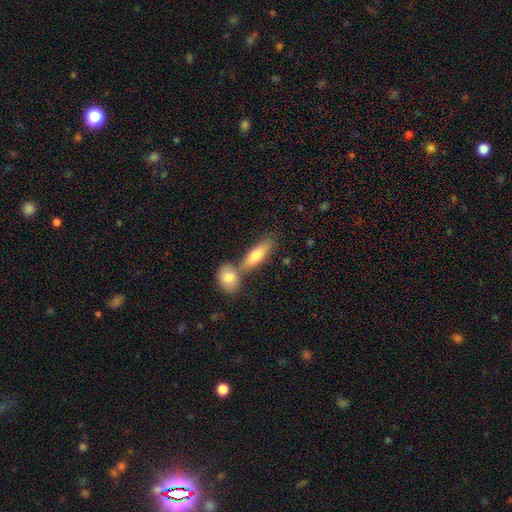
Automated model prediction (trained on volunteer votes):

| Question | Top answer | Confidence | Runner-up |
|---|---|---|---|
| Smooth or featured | smooth | 70% | featured or disk (23%) |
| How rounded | in between | 54% | cigar-shaped (42%) |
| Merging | none | 48% | merger (40%) |